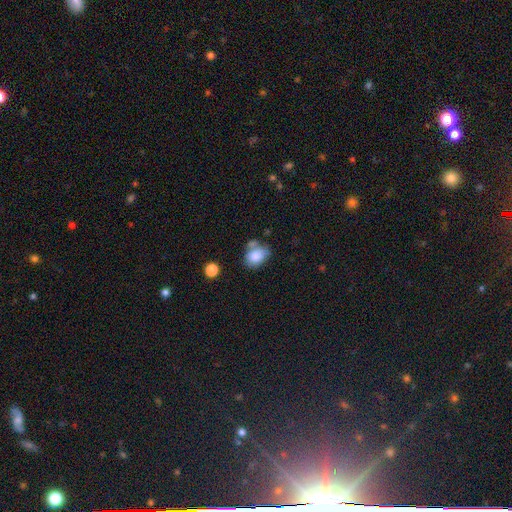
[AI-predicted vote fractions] Morphology: type=smooth (81%); roundness=in between (67%); merging=none (47%).